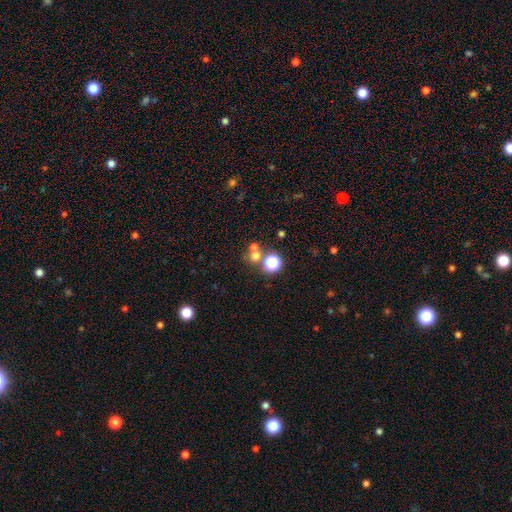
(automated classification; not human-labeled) This appears to be a smooth galaxy with no disk features (61%) that is round (88%). Merging: none (57%).